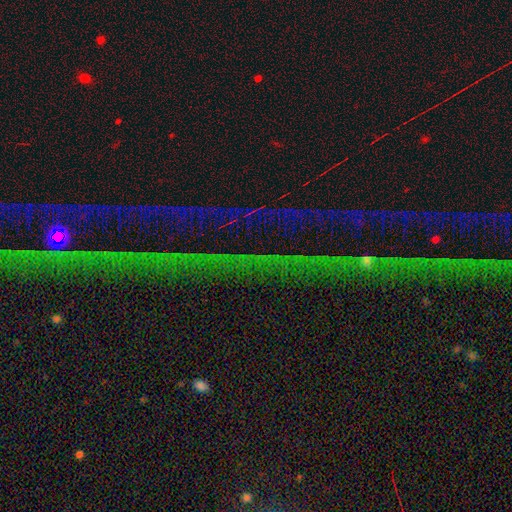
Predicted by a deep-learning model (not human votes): Smooth or featured? star or artifact (79%)